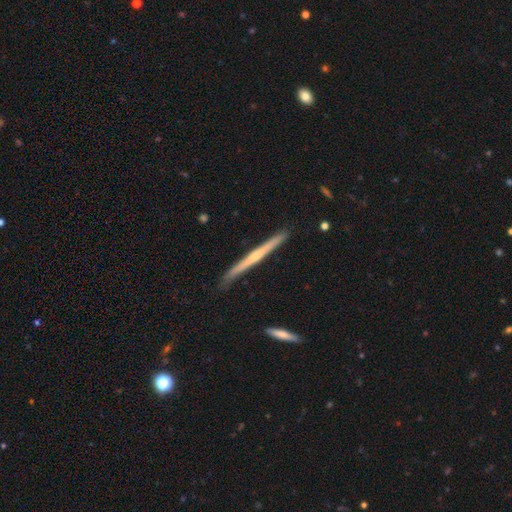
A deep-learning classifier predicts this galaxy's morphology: Smooth or featured? Predicted: featured or disk (p=0.66). Edge-on disk? Predicted: yes (p=0.98). Edge-on bulge? Predicted: rounded (p=0.49). Merging? Predicted: none (p=0.89).